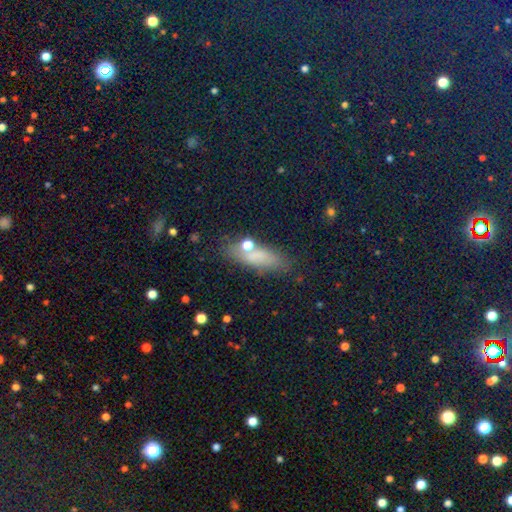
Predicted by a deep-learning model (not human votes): Morphology: type=smooth (69%); roundness=in between (56%); merging=none (77%).